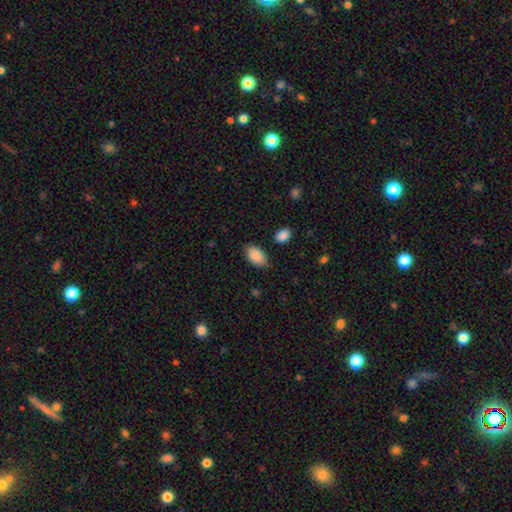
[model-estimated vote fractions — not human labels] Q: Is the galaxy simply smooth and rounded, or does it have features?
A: smooth — 89%.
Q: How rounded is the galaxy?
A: in between — 93%.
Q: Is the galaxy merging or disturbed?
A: none — 81%.